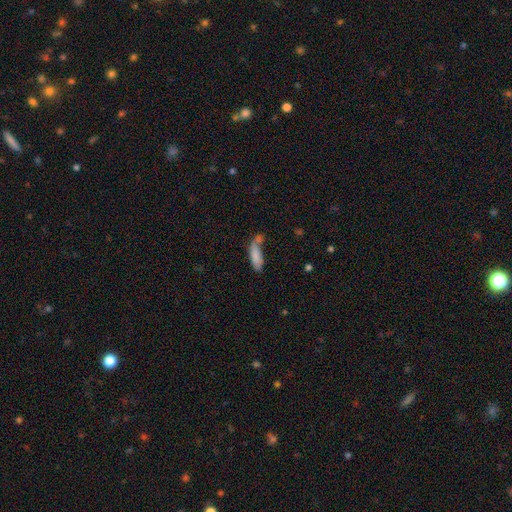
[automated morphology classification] Overall: smooth (79%). How rounded: cigar-shaped (50%; in between 48%). Merging: none (39%; merger 29%).